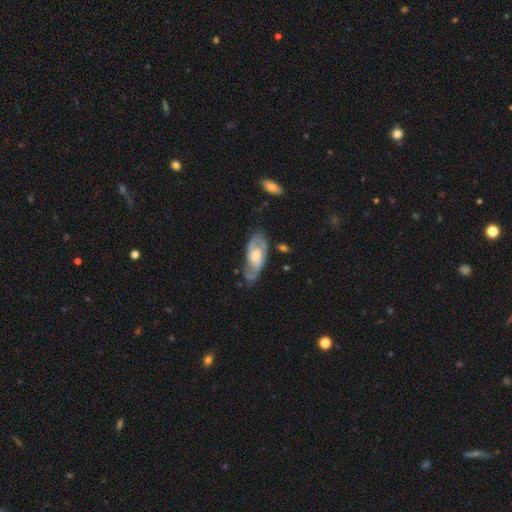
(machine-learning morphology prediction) featured or disk 71%, smooth 23%, star or artifact 5%. Down the decision tree: edge-on disk — no (90%); bar — no (58%); spiral arms — yes (85%); spiral arm count — 2 (70%); spiral winding — medium (47%); bulge size — moderate (53%); merging — none (57%).